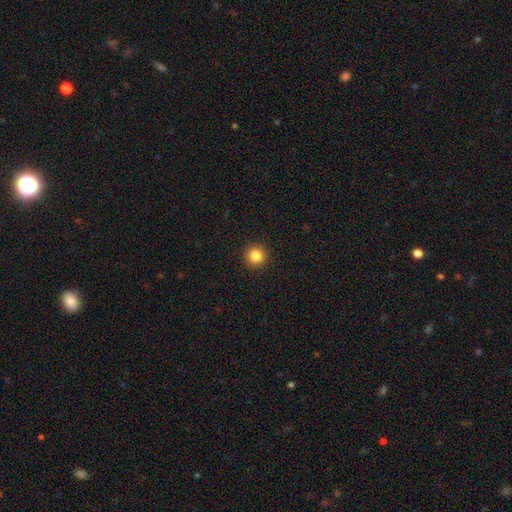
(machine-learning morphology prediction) Q: Smooth or featured?
A: smooth (84%); runner-up: star or artifact (11%)
Q: How rounded?
A: round (95%); runner-up: in between (4%)
Q: Merging?
A: none (93%); runner-up: minor disturbance (5%)